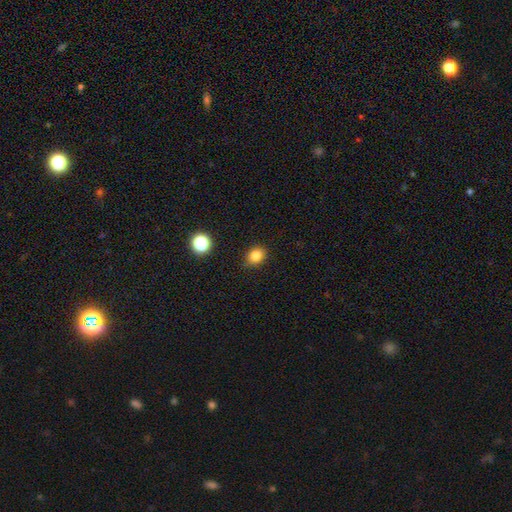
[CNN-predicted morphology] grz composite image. It shows a smooth galaxy with no disk features (82%) that is round (62%). Merging: none (84%).